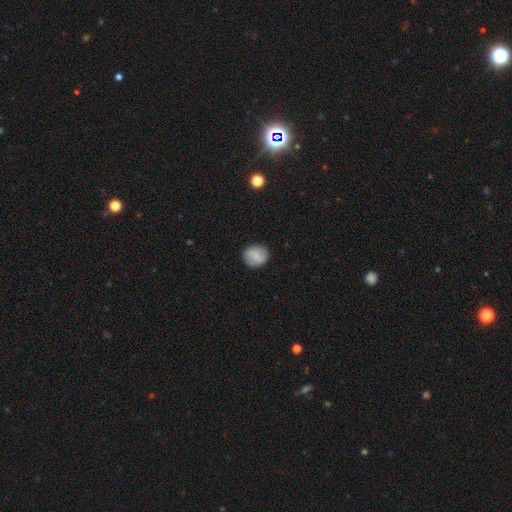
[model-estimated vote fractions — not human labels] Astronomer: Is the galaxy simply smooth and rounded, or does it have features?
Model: smooth — 68%.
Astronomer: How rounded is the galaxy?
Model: round — 85%.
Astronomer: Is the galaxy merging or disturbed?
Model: none — 87%.